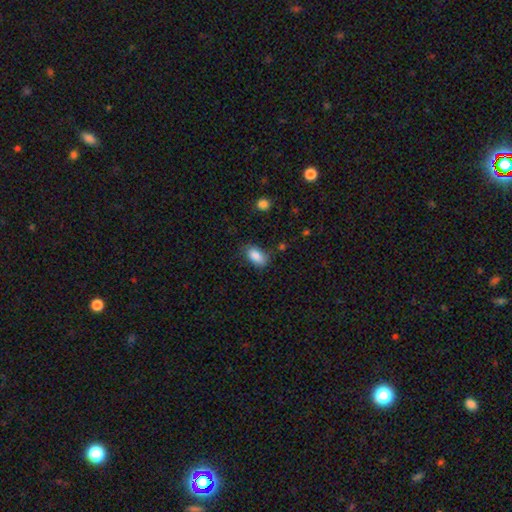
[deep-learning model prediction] This is clearly a smooth galaxy (85%). How rounded: clearly in between (92%). Merging: likely none (66%).